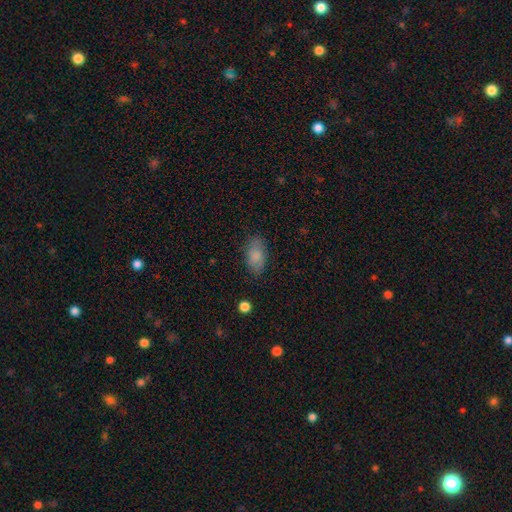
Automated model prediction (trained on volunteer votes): Q: Smooth or featured?
A: smooth (83%); runner-up: featured or disk (9%)
Q: How rounded?
A: in between (92%); runner-up: round (5%)
Q: Merging?
A: none (81%); runner-up: minor disturbance (14%)